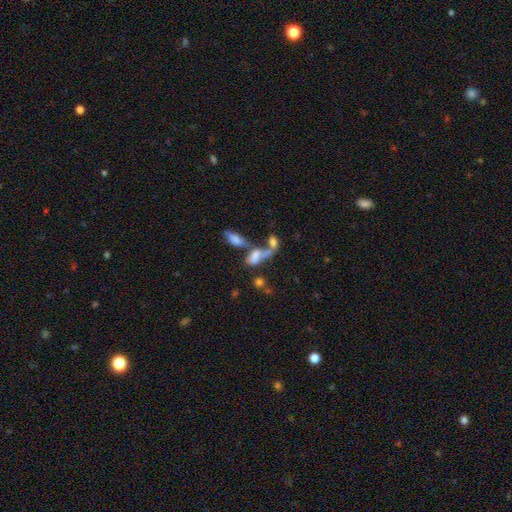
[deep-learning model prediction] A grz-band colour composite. It shows a smooth galaxy with no disk features (59%) that is in between round and cigar-shaped (75%). Merging: merger (56%).